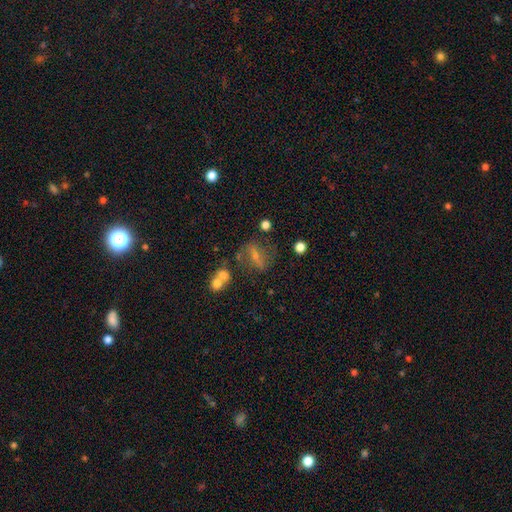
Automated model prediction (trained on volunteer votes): Smooth or featured: featured or disk — 51% (smooth — 29%)
Edge-on disk: no — 87% (yes — 13%)
Merging: none — 59% (minor disturbance — 16%)